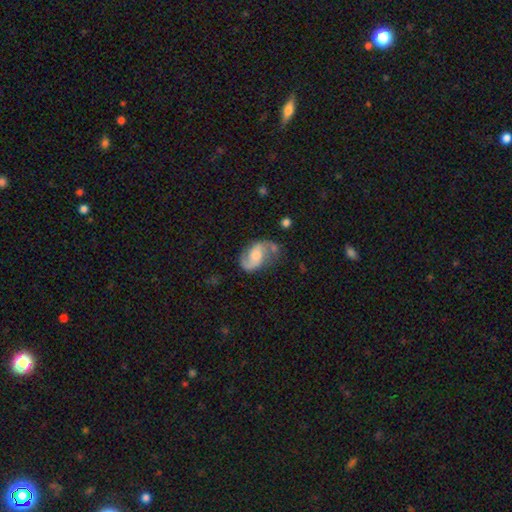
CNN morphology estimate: The model was most divided on "spiral winding": medium: 46%, loose: 40%, tight: 13%. Remaining: edge-on disk — no (98%); spiral arms — yes (95%); spiral arm count — 2 (90%); smooth or featured — featured or disk (80%); merging — none (60%); bar — no (55%); bulge size — moderate (49%).